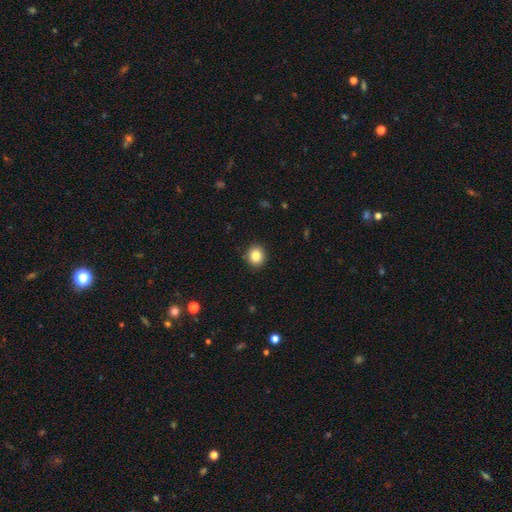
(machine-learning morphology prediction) A smooth galaxy with no disk features (85%) that is round (84%). Merging: none (91%).